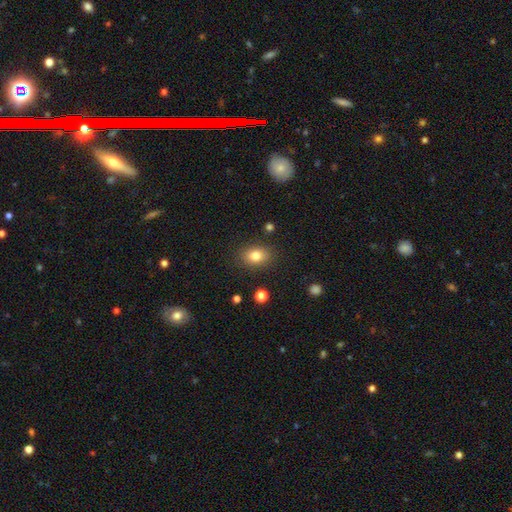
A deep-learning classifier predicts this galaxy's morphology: This appears to be a smooth galaxy with no disk features (81%) that is in between round and cigar-shaped (70%). Merging: none (85%).